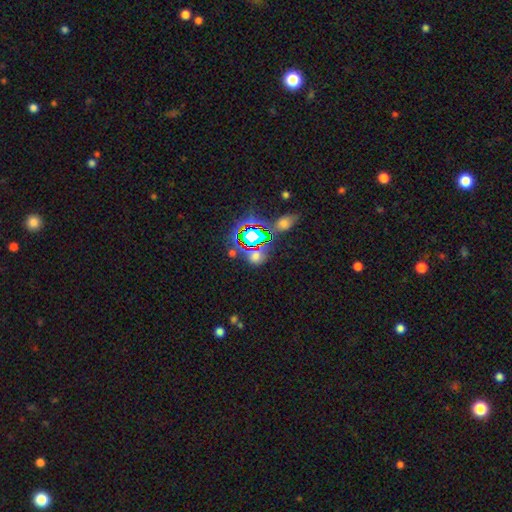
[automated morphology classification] star or artifact 55%, smooth 35%, featured or disk 10%.